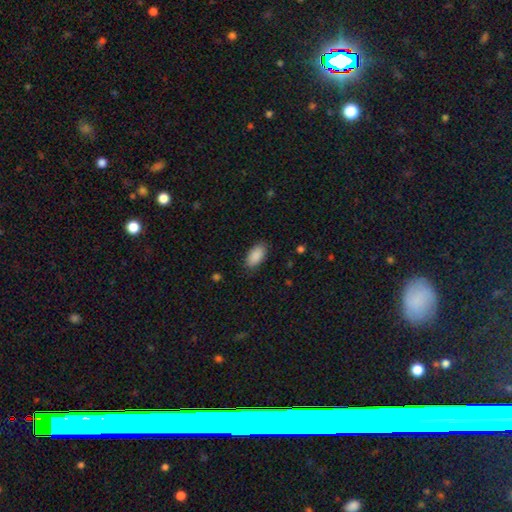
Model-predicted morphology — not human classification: smooth 90%, star or artifact 6%, featured or disk 3%. Down the decision tree: how rounded — in between (94%); merging — none (87%).